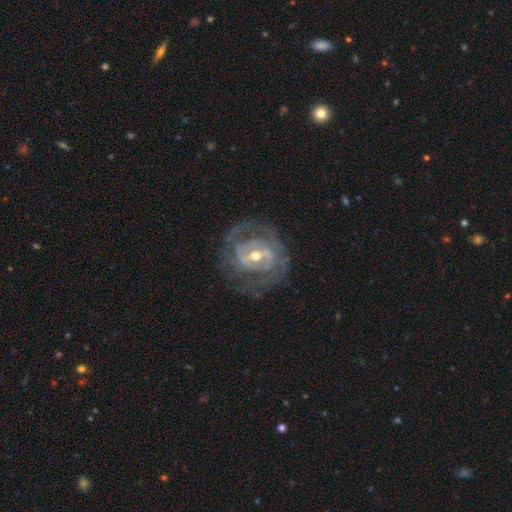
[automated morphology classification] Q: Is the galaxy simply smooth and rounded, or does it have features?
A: featured or disk — 86%.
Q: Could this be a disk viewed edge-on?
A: no — 96%.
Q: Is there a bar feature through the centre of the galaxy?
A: weak — 41%.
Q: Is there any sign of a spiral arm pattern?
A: yes — 85%.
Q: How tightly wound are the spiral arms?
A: tight — 55%.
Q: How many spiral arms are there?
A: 2 — 50%.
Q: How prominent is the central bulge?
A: moderate — 57%.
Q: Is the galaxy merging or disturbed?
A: none — 72%.